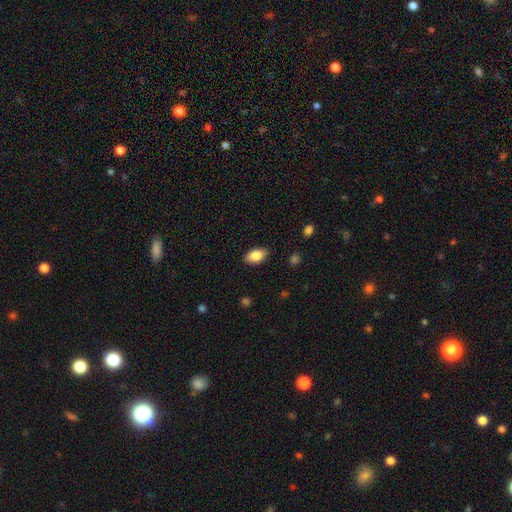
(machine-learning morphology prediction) Smooth or featured? Predicted: smooth (p=0.85). How rounded? Predicted: in between (p=0.92). Merging? Predicted: none (p=0.85).